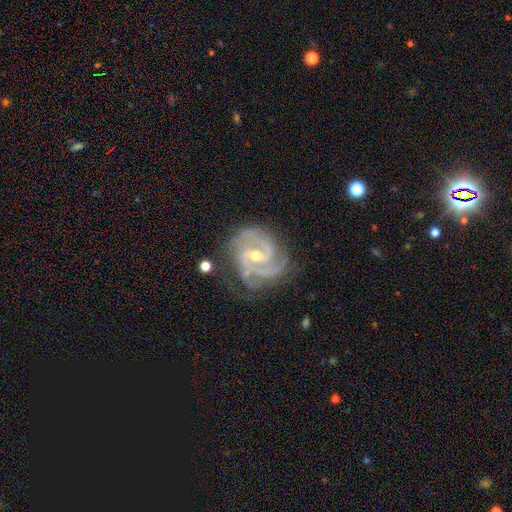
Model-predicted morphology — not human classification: This appears to be a featured or disk galaxy (92%) with a weak bar (50%), 3 (41%) tight (52%) spiral arms (98%) and a small central bulge (52%). Merging: none (70%).